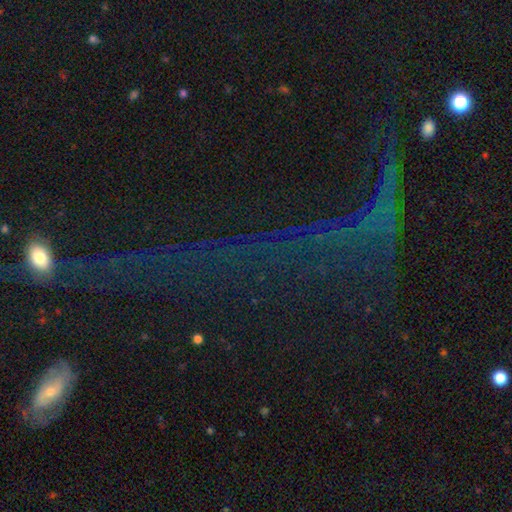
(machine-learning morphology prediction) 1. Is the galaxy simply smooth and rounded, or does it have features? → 68% star or artifact, 19% featured or disk, 13% smooth.